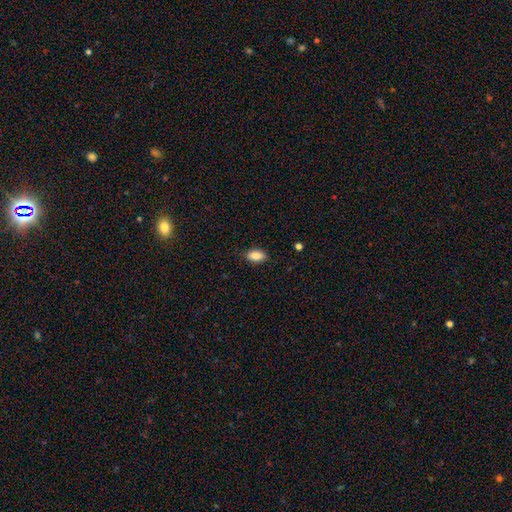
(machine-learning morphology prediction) smooth_or_featured: smooth (p=0.85) [alt: star or artifact p=0.08]
how_rounded: in between (p=0.89) [alt: round p=0.06]
merging: none (p=0.86) [alt: minor disturbance p=0.11]